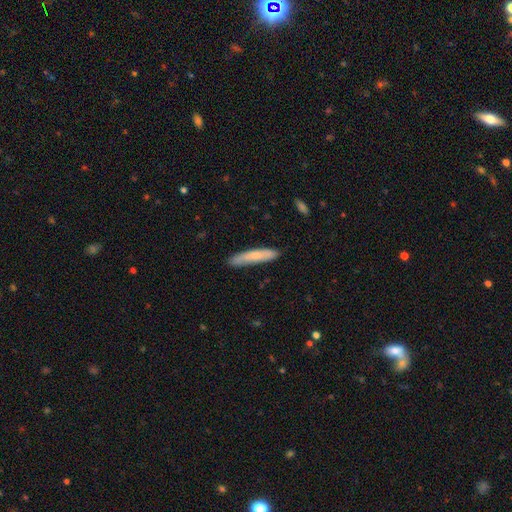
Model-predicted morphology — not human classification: smooth_or_featured: smooth (p=0.70) [alt: featured or disk p=0.24]
how_rounded: cigar-shaped (p=0.90) [alt: in between p=0.09]
merging: none (p=0.82) [alt: minor disturbance p=0.14]